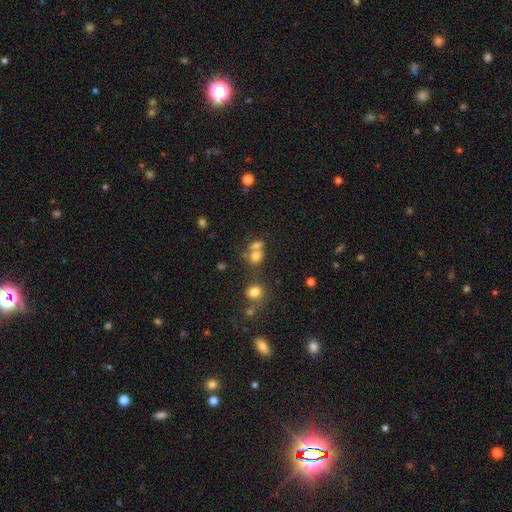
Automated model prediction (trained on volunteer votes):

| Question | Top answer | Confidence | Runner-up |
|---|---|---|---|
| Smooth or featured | smooth | 70% | star or artifact (16%) |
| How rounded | round | 57% | in between (41%) |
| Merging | merger | 47% | none (37%) |